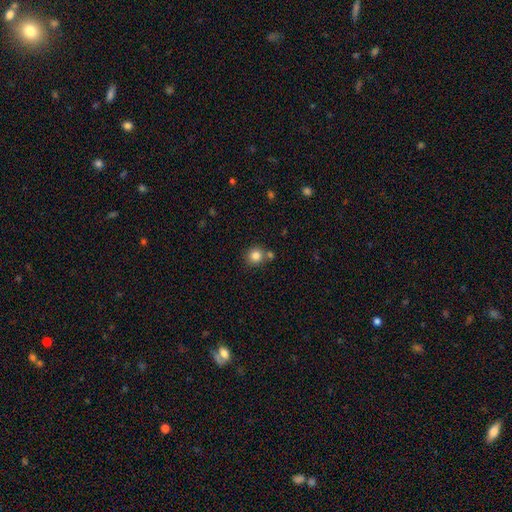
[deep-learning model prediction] This is clearly a smooth galaxy (83%). How rounded: clearly round (91%). Merging: likely none (72%).